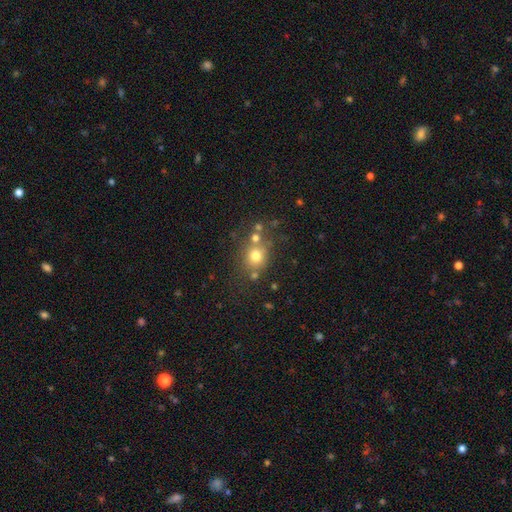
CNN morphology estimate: smooth-or-featured: smooth: 71% | star or artifact: 16% | featured or disk: 13%
  how-rounded: round: 77% | in between: 22% | cigar-shaped: 1%
  merging: none: 65% | merger: 17% | minor disturbance: 13% | major disturbance: 6%